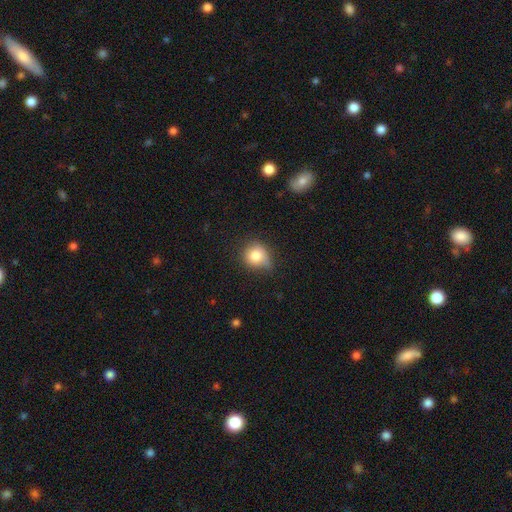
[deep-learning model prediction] Overall: smooth (79%). How rounded: round (79%). Merging: none (50%; minor disturbance 38%).